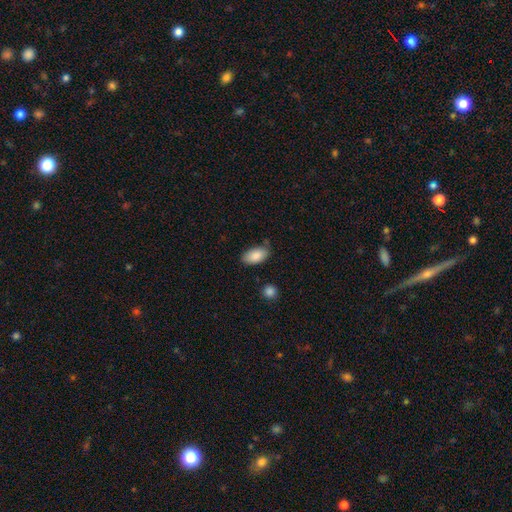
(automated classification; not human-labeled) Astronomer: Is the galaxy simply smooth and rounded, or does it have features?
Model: smooth — 86%.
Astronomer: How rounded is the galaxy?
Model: in between — 94%.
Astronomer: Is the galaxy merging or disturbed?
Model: none — 75%.